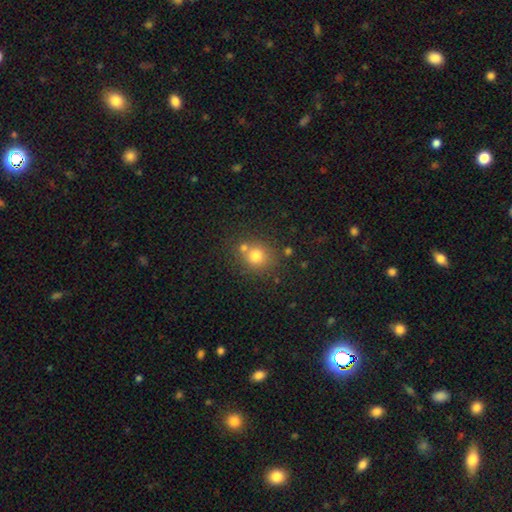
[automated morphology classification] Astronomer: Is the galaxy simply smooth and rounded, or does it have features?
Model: smooth — 76%.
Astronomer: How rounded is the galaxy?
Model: round — 85%.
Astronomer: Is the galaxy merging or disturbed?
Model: none — 62%.